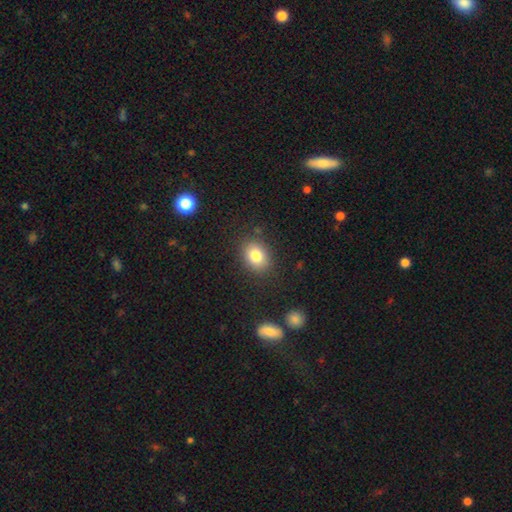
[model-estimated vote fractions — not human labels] Smooth or featured: smooth — 81% (star or artifact — 10%)
How rounded: in between — 55% (round — 44%)
Merging: none — 84% (minor disturbance — 10%)